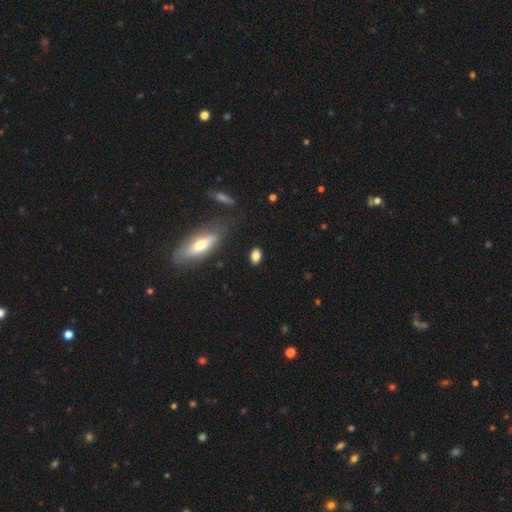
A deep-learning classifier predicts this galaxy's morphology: Q: Smooth or featured?
A: smooth (81%); runner-up: featured or disk (11%)
Q: How rounded?
A: in between (77%); runner-up: round (17%)
Q: Merging?
A: none (84%); runner-up: minor disturbance (11%)